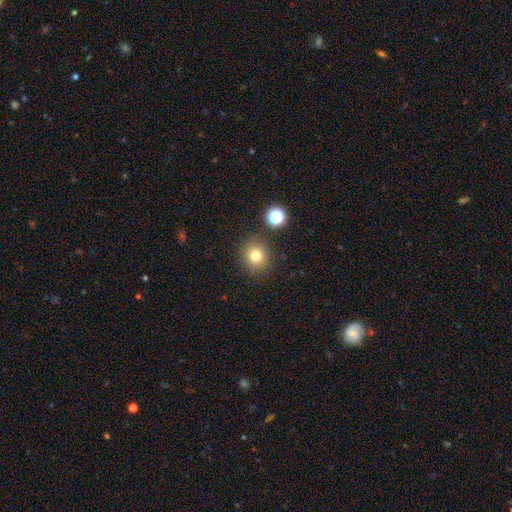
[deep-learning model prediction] Smooth or featured? smooth (77%)
How rounded? round (82%)
Merging? none (84%)